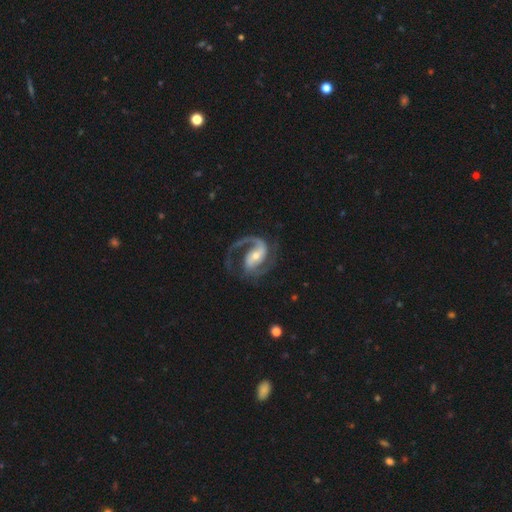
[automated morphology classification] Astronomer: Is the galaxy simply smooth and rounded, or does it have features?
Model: featured or disk — 91%.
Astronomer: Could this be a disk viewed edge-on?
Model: no — 97%.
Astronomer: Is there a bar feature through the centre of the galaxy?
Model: strong — 42% (runner-up: weak, 37%).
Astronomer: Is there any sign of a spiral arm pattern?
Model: yes — 97%.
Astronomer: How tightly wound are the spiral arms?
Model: medium — 55%.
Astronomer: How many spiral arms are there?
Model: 2 — 72%.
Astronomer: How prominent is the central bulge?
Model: small — 47% (runner-up: moderate, 46%).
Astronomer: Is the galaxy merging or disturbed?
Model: none — 64%.